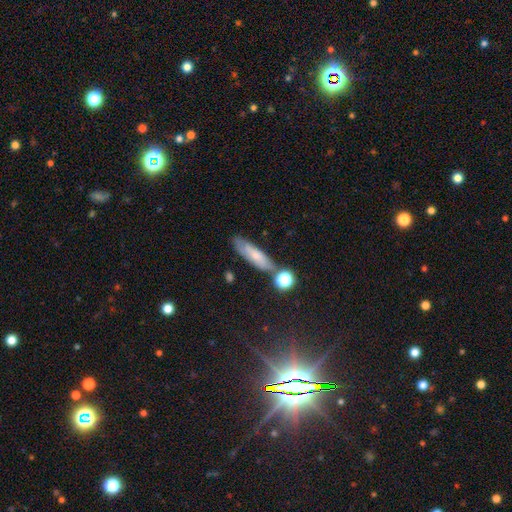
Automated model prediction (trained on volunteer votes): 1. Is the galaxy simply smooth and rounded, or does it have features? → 60% smooth, 30% featured or disk, 11% star or artifact.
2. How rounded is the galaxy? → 58% cigar-shaped, 39% in between, 4% round.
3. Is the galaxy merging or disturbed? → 64% none, 20% minor disturbance, 11% merger, 6% major disturbance.